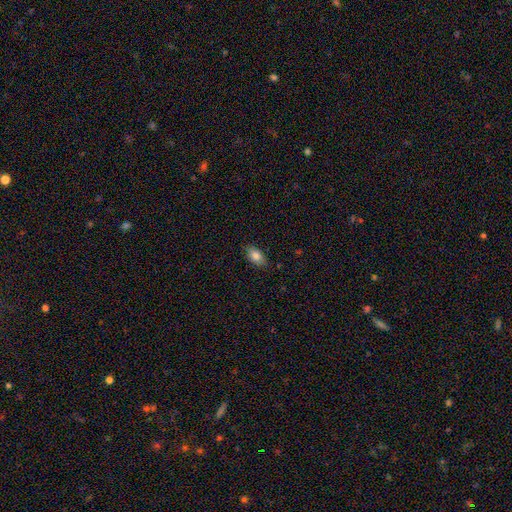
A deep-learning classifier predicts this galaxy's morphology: Q: Smooth or featured?
A: smooth (83%); runner-up: featured or disk (9%)
Q: How rounded?
A: in between (89%); runner-up: round (7%)
Q: Merging?
A: none (83%); runner-up: minor disturbance (13%)